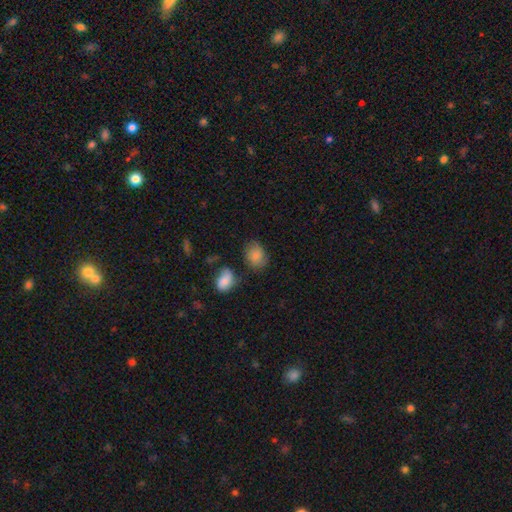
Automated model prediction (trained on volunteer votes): The model was most divided on "how rounded": in between: 63%, round: 36%, cigar-shaped: 1%. More confident: smooth or featured — smooth (84%); merging — none (65%).